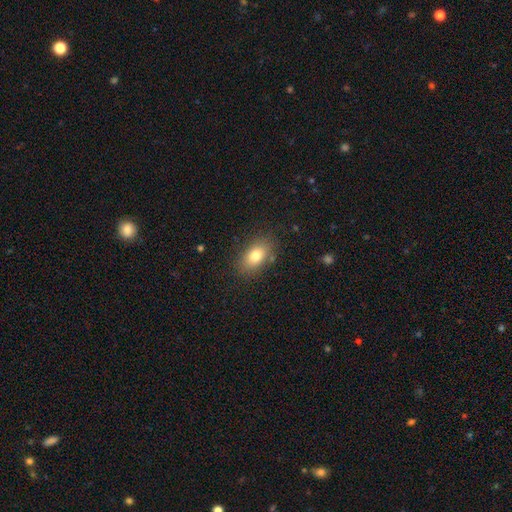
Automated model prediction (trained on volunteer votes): The model was most divided on "smooth or featured": smooth: 78%, featured or disk: 12%, star or artifact: 10%. More confident: how rounded — in between (86%); merging — none (83%).